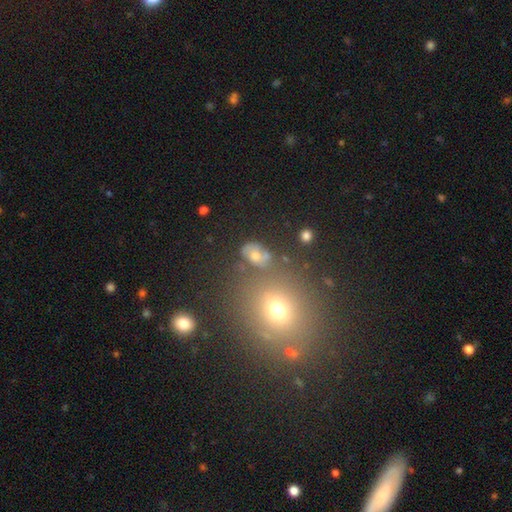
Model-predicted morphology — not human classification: smooth_or_featured: smooth (p=0.54) [alt: star or artifact p=0.32]
how_rounded: round (p=0.63) [alt: in between p=0.35]
merging: none (p=0.71) [alt: merger p=0.12]